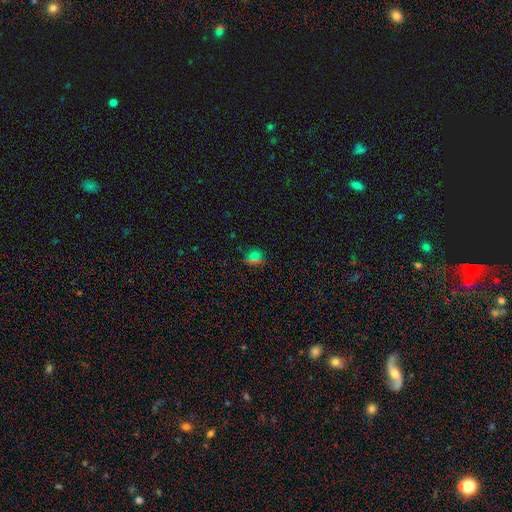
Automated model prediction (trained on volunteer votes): smooth 57%, star or artifact 36%, featured or disk 8%. Down the decision tree: how rounded — round (80%); merging — none (81%).